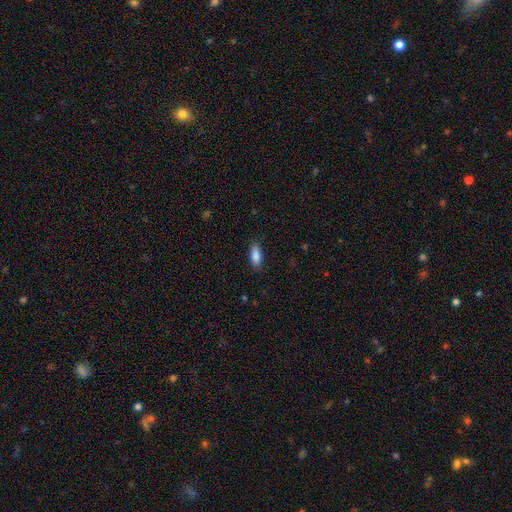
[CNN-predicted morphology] Smooth or featured?
  - smooth: 87% *
  - star or artifact: 7%
  - featured or disk: 6%
How rounded?
  - in between: 79% *
  - cigar-shaped: 19%
  - round: 2%
Merging?
  - none: 84% *
  - minor disturbance: 12%
  - major disturbance: 3%
  - merger: 1%